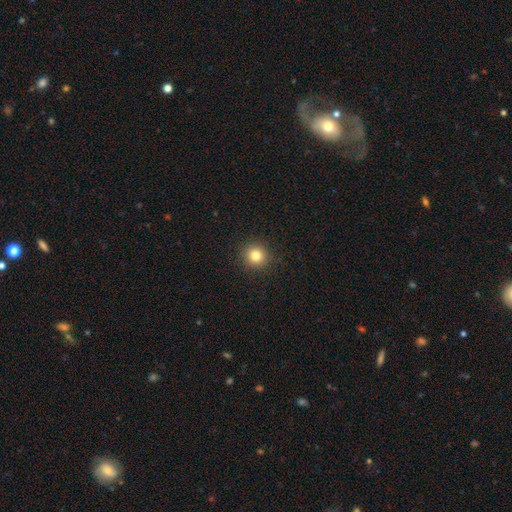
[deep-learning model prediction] smooth-or-featured: smooth: 82% | star or artifact: 12% | featured or disk: 6%
  how-rounded: round: 93% | in between: 6% | cigar-shaped: 1%
  merging: none: 92% | minor disturbance: 5% | major disturbance: 2% | merger: 1%